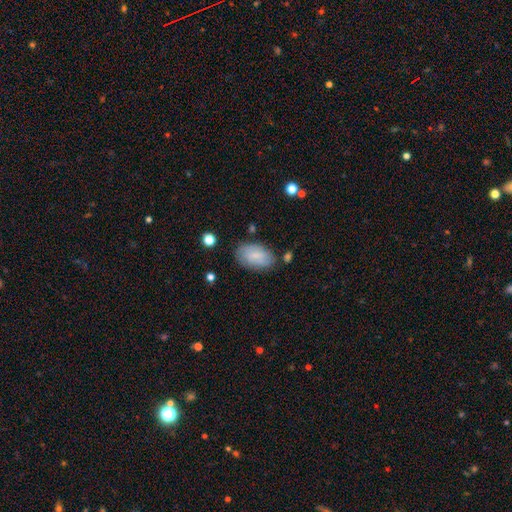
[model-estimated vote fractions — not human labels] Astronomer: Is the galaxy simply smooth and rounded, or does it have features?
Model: smooth — 77%.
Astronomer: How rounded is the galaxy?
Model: in between — 93%.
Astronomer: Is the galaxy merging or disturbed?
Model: none — 75%.